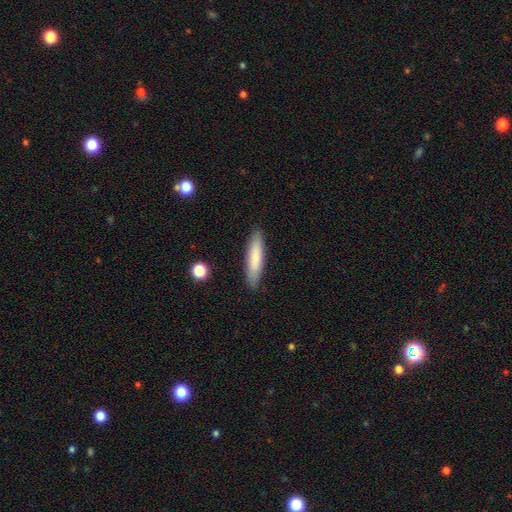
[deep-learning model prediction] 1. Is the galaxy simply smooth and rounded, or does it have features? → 78% smooth, 16% featured or disk, 6% star or artifact.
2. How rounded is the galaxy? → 82% cigar-shaped, 17% in between, 1% round.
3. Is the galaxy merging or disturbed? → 89% none, 8% minor disturbance, 2% major disturbance, 1% merger.